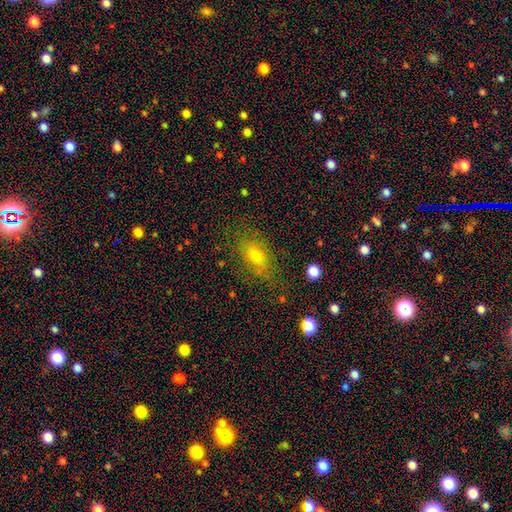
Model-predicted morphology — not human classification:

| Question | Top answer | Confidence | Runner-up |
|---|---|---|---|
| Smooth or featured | smooth | 69% | featured or disk (17%) |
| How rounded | in between | 77% | round (18%) |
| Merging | none | 72% | minor disturbance (18%) |